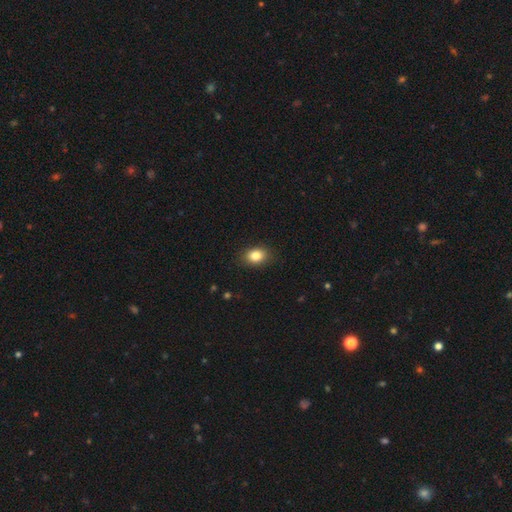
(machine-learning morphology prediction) smooth_or_featured: smooth (p=0.84) [alt: star or artifact p=0.09]
how_rounded: in between (p=0.66) [alt: round p=0.33]
merging: none (p=0.87) [alt: minor disturbance p=0.10]